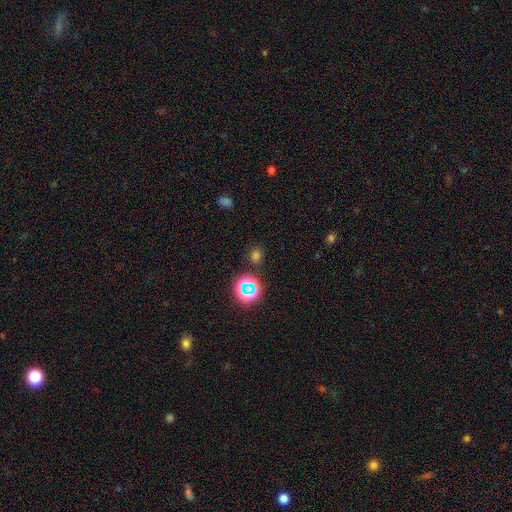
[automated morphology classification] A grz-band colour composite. It shows a smooth galaxy with no disk features (63%) that is round (86%). Merging: none (85%).